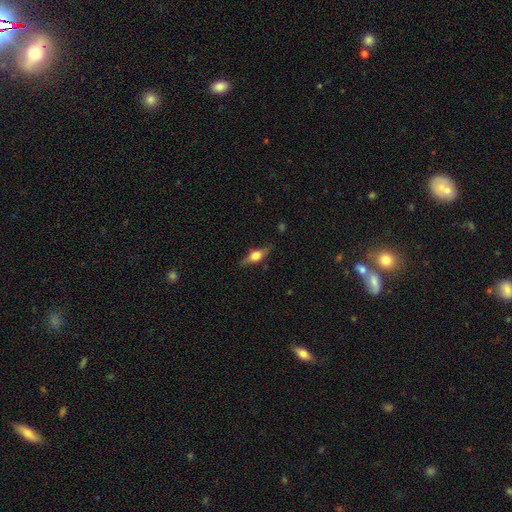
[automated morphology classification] The model was most divided on "smooth or featured": featured or disk: 51%, smooth: 42%, star or artifact: 7%. More confident: edge-on disk — yes (91%); merging — none (80%).